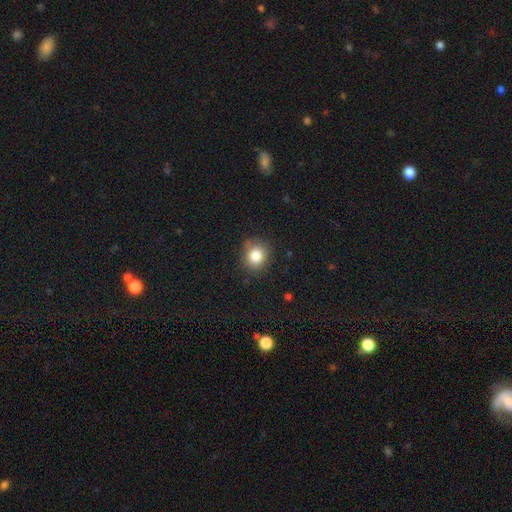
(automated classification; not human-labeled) smooth 83%, star or artifact 11%, featured or disk 6%. Down the decision tree: how rounded — round (81%); merging — none (82%).